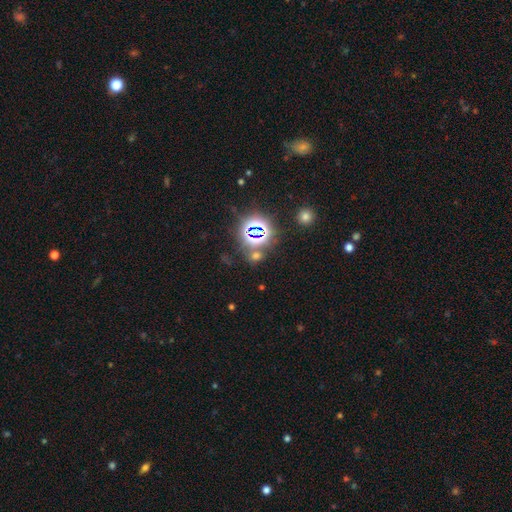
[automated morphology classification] This is possibly a star or artifact rather than a galaxy (55%).